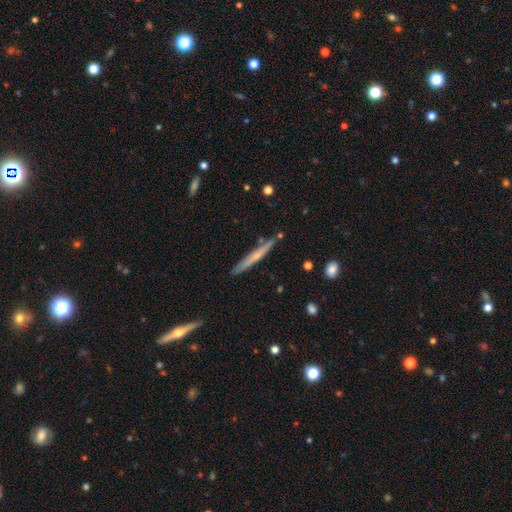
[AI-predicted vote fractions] Smooth or featured? featured or disk (49%)
Merging? none (85%)